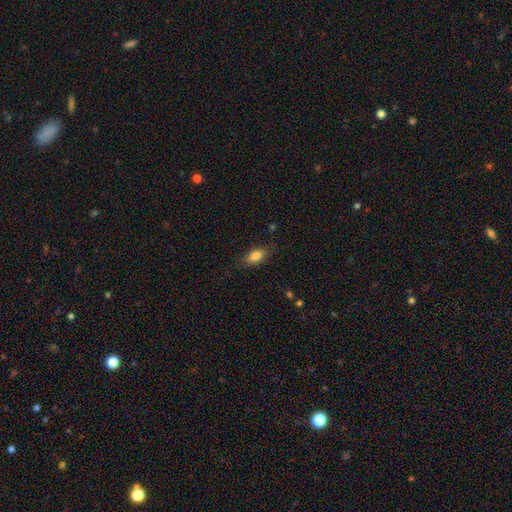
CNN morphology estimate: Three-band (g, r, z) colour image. It shows a smooth galaxy with no disk features (82%) that is in between round and cigar-shaped (85%). Merging: none (79%).